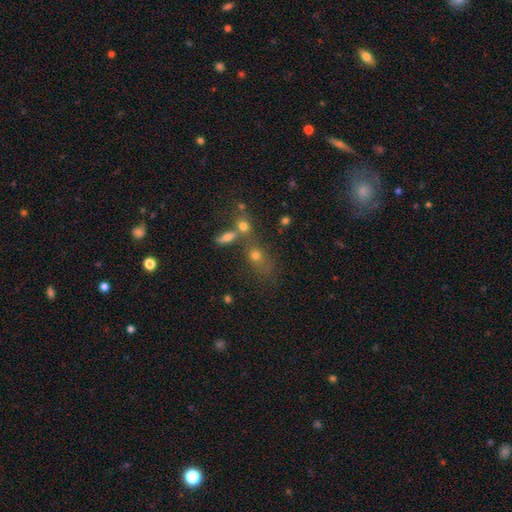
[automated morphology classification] smooth-or-featured: smooth: 65% | star or artifact: 19% | featured or disk: 16%
  how-rounded: in between: 53% | round: 41% | cigar-shaped: 6%
  merging: merger: 39% (tied) | none: 39% (tied) | minor disturbance: 12% | major disturbance: 9%